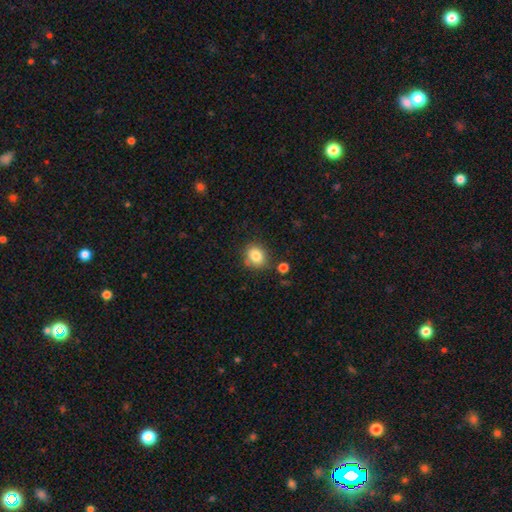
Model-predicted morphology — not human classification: smooth 84%, star or artifact 10%, featured or disk 7%. Down the decision tree: how rounded — round (64%); merging — none (76%).